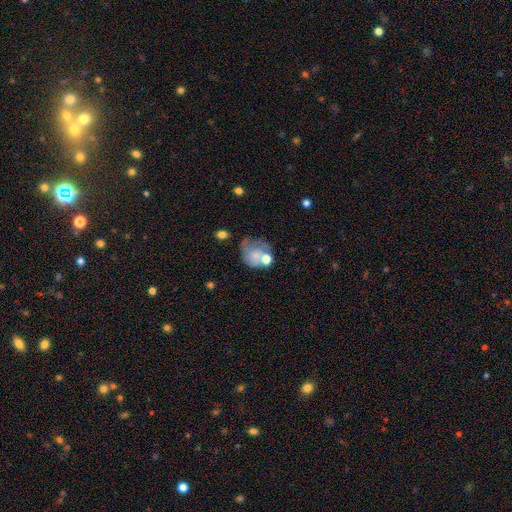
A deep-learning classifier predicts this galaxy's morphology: Overall: smooth (61%; featured or disk 29%). How rounded: round (59%; in between 40%). Merging: none (34%; minor disturbance 25%).